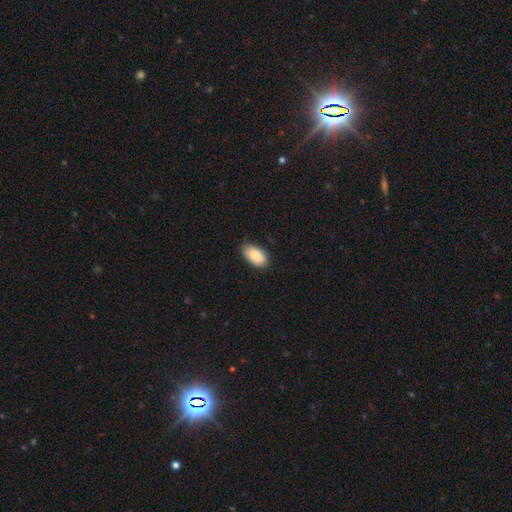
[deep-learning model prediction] Morphology: type=smooth (83%); roundness=in between (94%); merging=none (74%).